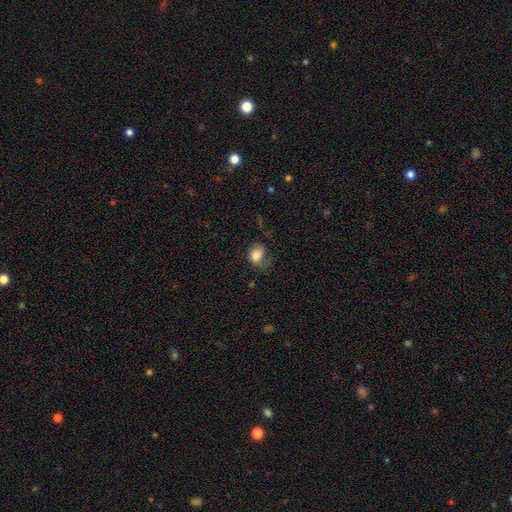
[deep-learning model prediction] This appears to be a smooth galaxy with no disk features (81%) that is in between round and cigar-shaped (55%). Merging: none (46%).